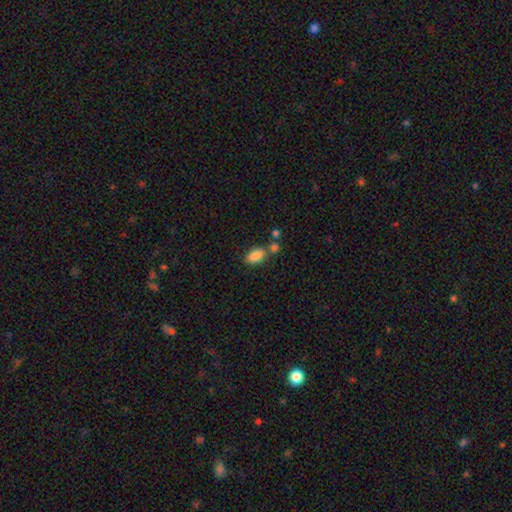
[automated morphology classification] Q: Smooth or featured?
A: smooth (86%); runner-up: star or artifact (9%)
Q: How rounded?
A: in between (89%); runner-up: round (7%)
Q: Merging?
A: none (57%); runner-up: merger (25%)